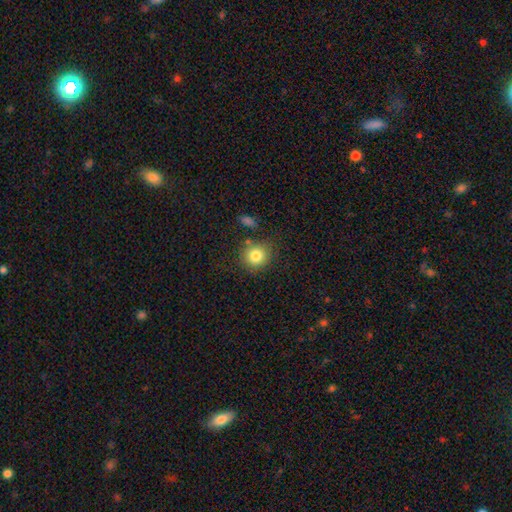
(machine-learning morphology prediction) Smooth or featured: smooth — 81% (star or artifact — 11%)
How rounded: round — 86% (in between — 13%)
Merging: none — 78% (minor disturbance — 12%)